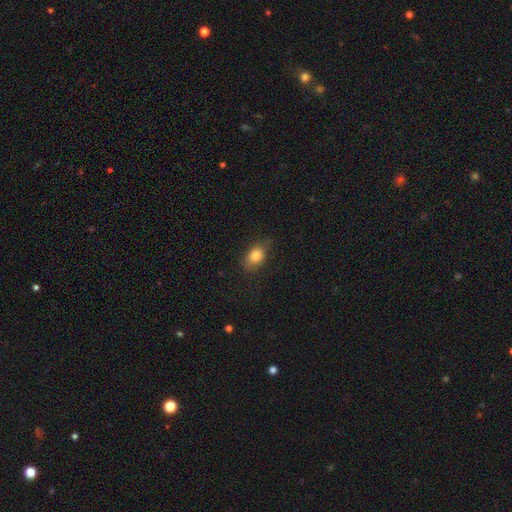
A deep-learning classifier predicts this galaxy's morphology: smooth 82%, star or artifact 9%, featured or disk 9%. Down the decision tree: how rounded — in between (77%); merging — none (77%).